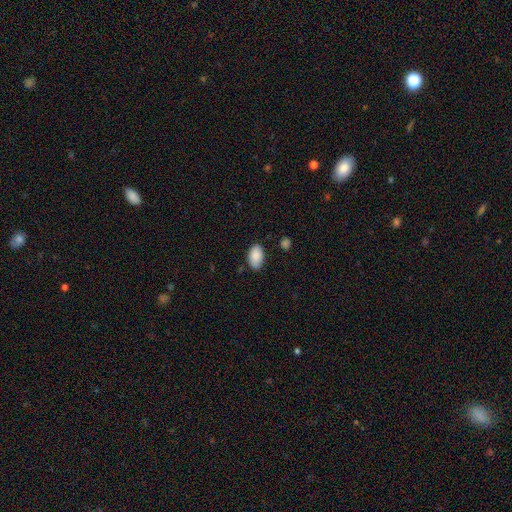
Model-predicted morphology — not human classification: Smooth or featured? Predicted: smooth (p=0.89). How rounded? Predicted: in between (p=0.93). Merging? Predicted: none (p=0.79).